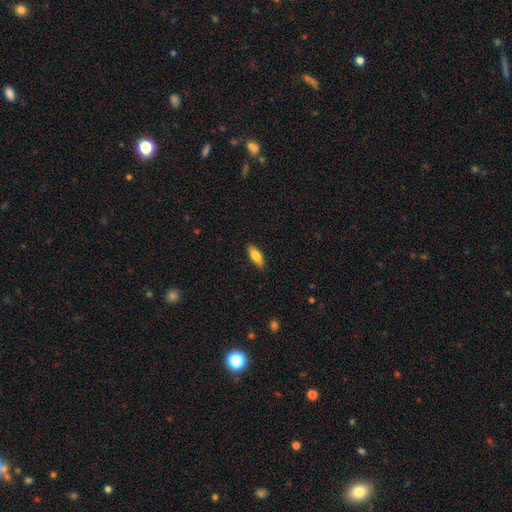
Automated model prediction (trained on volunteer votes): Overall: smooth (79%). How rounded: in between (69%). Merging: none (88%).